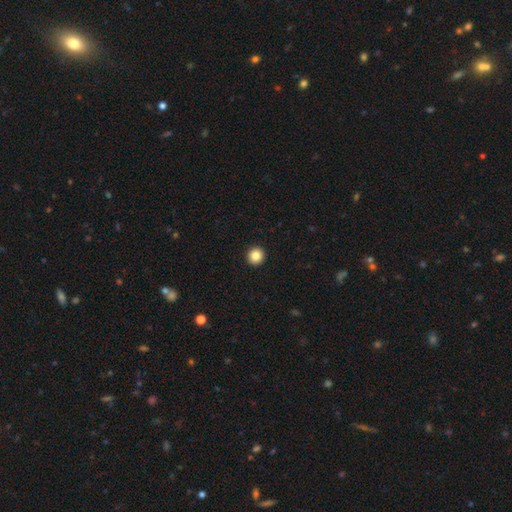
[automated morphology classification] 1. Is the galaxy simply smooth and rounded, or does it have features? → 85% smooth, 10% star or artifact, 5% featured or disk.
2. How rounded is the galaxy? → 96% round, 3% in between, 1% cigar-shaped.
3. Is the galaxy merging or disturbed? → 94% none, 3% minor disturbance, 1% major disturbance, 1% merger.